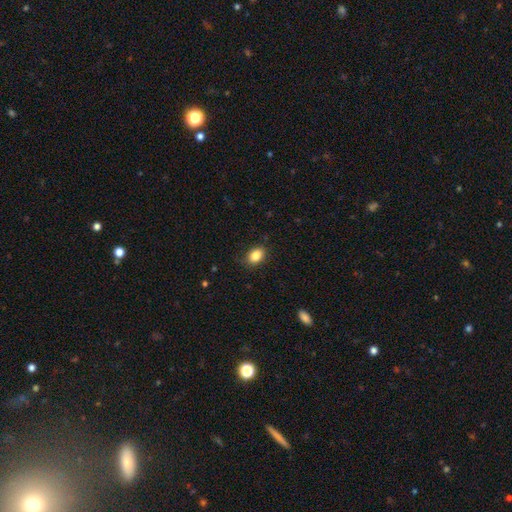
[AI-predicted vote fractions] The model was most divided on "how rounded": in between: 74%, round: 25%, cigar-shaped: 1%. More confident: smooth or featured — smooth (86%); merging — none (83%).